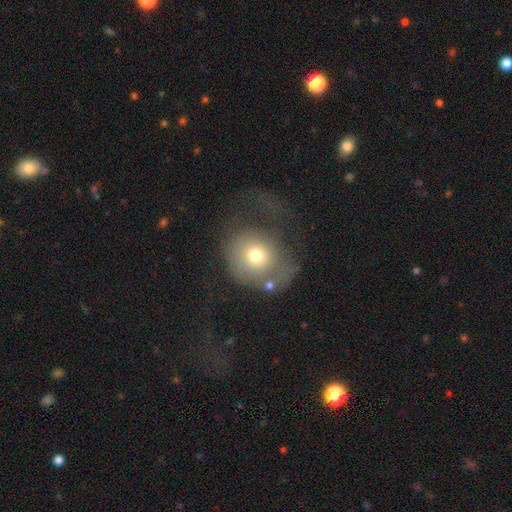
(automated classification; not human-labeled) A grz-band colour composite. It shows a smooth galaxy with no disk features (63%) that is round (84%). Merging: major disturbance (49%).